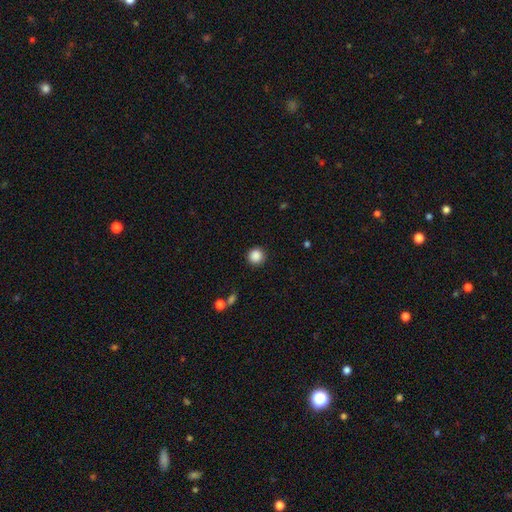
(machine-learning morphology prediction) type=smooth (88%); roundness=round (94%); merging=none (91%).